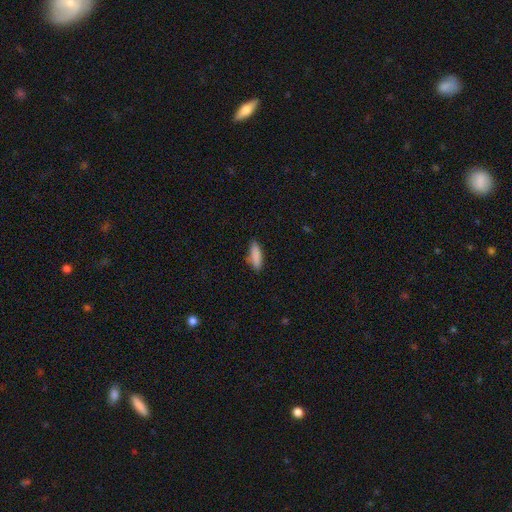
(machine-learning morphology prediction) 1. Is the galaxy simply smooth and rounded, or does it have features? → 87% smooth, 7% star or artifact, 7% featured or disk.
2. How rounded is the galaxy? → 53% in between, 46% cigar-shaped, 2% round.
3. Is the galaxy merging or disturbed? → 79% none, 16% minor disturbance, 3% major disturbance, 2% merger.